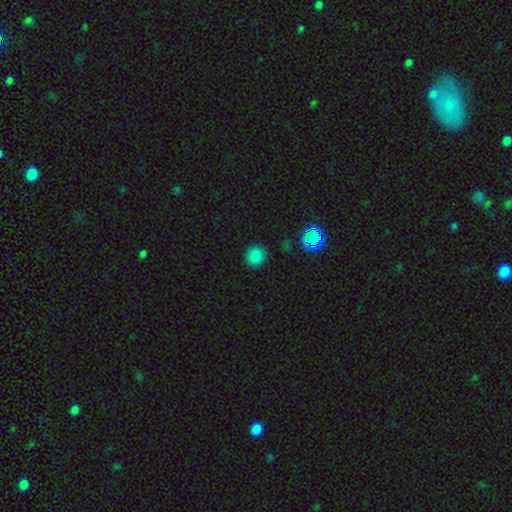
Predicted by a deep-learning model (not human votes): Overall: smooth (81%). How rounded: round (86%). Merging: none (90%).